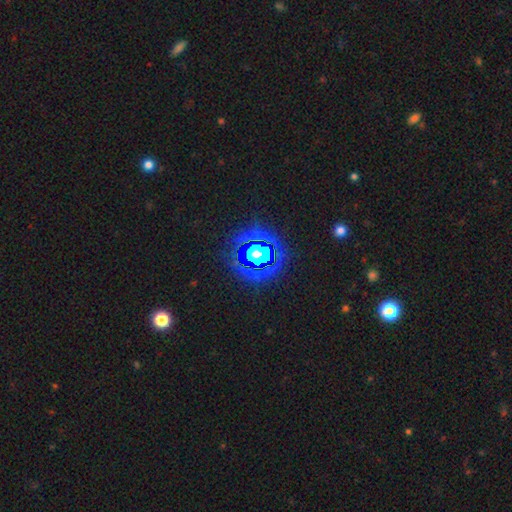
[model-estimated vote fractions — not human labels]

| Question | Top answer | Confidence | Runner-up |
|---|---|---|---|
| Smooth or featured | star or artifact | 68% | smooth (18%) |